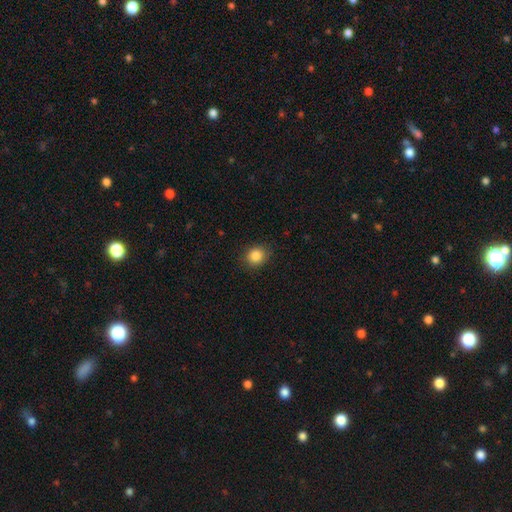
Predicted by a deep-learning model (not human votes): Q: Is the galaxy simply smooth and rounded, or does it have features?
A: smooth — 86%.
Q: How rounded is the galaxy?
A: round — 75%.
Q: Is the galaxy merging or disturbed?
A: none — 85%.